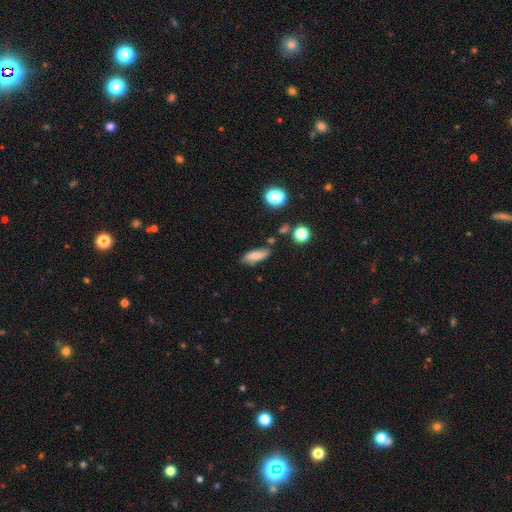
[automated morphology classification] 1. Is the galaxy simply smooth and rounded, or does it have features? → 73% smooth, 16% featured or disk, 10% star or artifact.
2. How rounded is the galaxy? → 62% in between, 34% cigar-shaped, 5% round.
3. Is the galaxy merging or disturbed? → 74% none, 17% minor disturbance, 4% merger, 4% major disturbance.